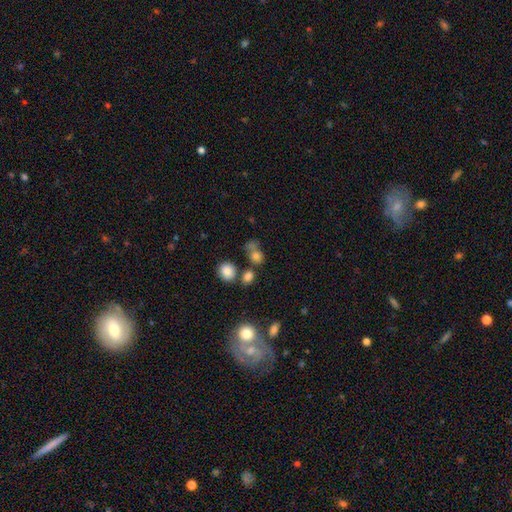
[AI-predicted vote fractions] The model was most divided on "merging": none: 45%, merger: 27%, minor disturbance: 16%, major disturbance: 12%. More confident: smooth or featured — smooth (77%); how rounded — round (61%).